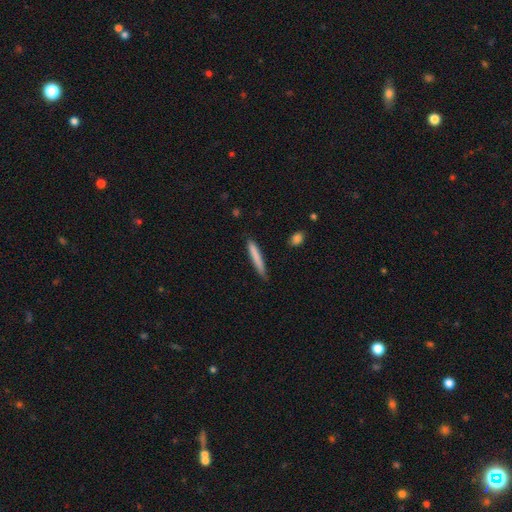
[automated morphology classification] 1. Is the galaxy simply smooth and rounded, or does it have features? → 77% smooth, 17% featured or disk, 6% star or artifact.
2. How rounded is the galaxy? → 95% cigar-shaped, 4% in between, 1% round.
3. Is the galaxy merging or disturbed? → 81% none, 15% minor disturbance, 2% major disturbance, 2% merger.